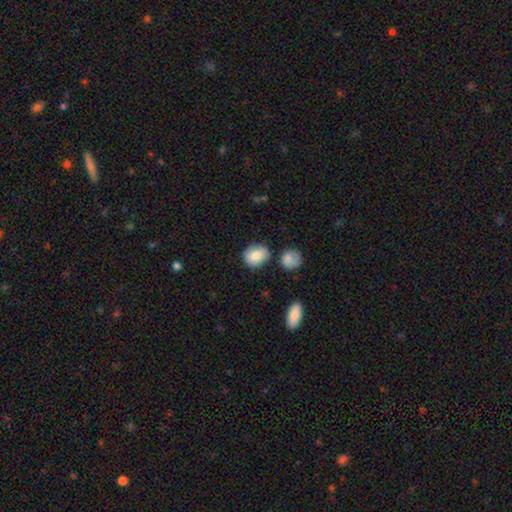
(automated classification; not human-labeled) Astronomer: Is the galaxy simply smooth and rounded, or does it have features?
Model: smooth — 82%.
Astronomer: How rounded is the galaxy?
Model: round — 54% (runner-up: in between, 45%).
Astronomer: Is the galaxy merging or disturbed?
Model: none — 77%.